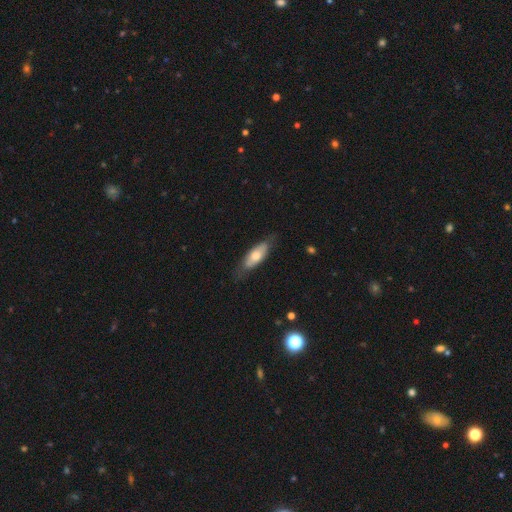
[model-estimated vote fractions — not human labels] Smooth or featured?
  - smooth: 63% *
  - featured or disk: 31%
  - star or artifact: 6%
How rounded?
  - in between: 66% *
  - cigar-shaped: 32%
  - round: 2%
Merging?
  - none: 71% *
  - minor disturbance: 22%
  - major disturbance: 5%
  - merger: 1%